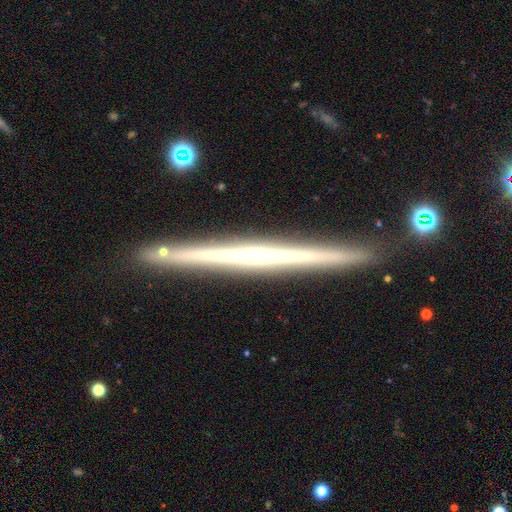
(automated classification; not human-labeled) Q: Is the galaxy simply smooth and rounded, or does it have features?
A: featured or disk — 78%.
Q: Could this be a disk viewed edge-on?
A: yes — 98%.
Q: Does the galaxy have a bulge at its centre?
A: none — 74%.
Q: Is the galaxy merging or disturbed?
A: none — 90%.